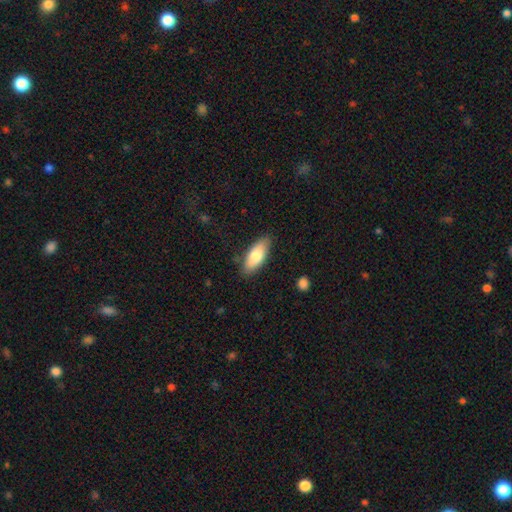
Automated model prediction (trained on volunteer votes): Smooth or featured? Predicted: smooth (p=0.78). How rounded? Predicted: in between (p=0.79). Merging? Predicted: none (p=0.84).